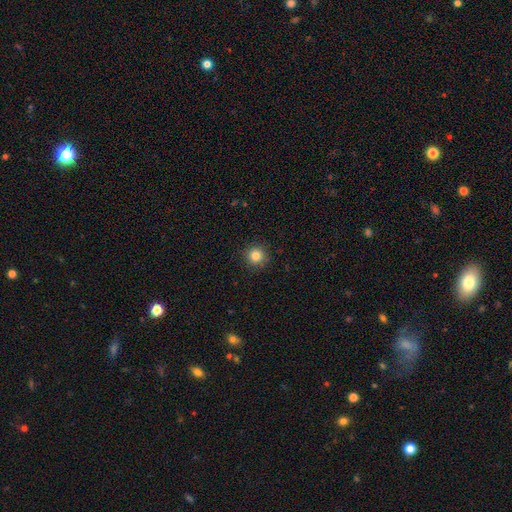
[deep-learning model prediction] Smooth or featured? smooth (83%)
How rounded? round (95%)
Merging? none (92%)